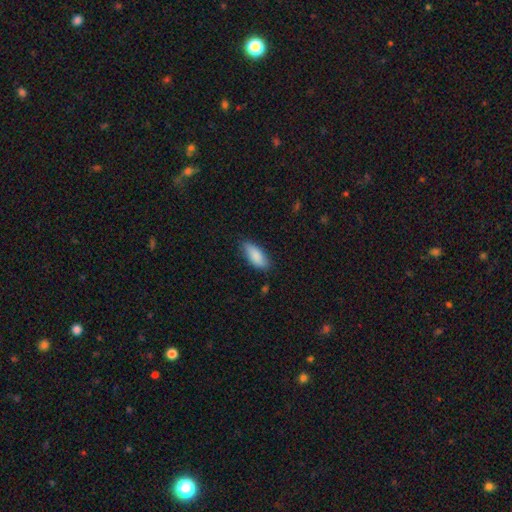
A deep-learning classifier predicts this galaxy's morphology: smooth-or-featured: smooth: 88% | featured or disk: 7% | star or artifact: 6%
  how-rounded: in between: 78% | cigar-shaped: 20% | round: 2%
  merging: none: 80% | minor disturbance: 16% | major disturbance: 3% | merger: 1%